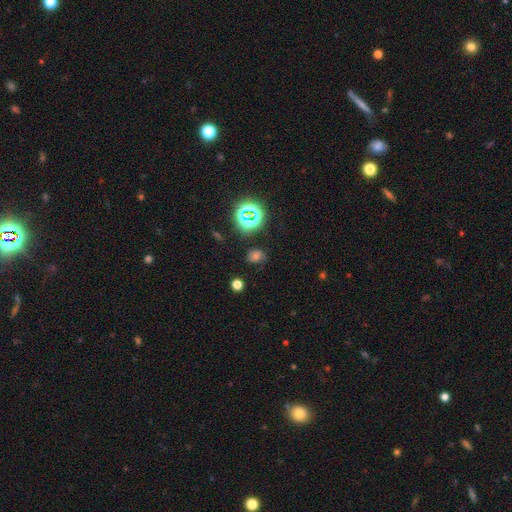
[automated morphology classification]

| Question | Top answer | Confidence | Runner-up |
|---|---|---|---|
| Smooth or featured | smooth | 52% | star or artifact (36%) |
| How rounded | round | 63% | in between (36%) |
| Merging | none | 76% | minor disturbance (16%) |